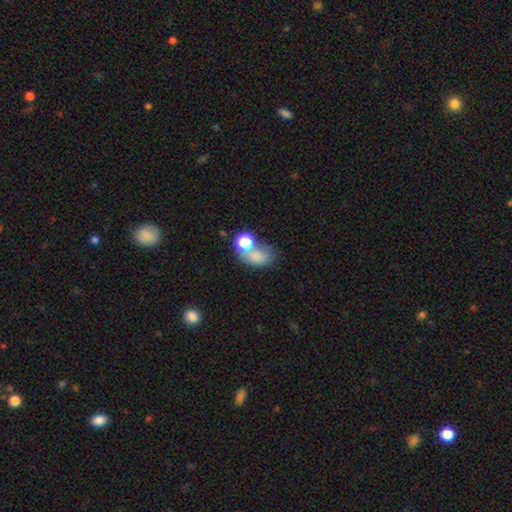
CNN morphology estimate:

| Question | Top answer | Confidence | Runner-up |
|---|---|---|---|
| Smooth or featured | smooth | 70% | star or artifact (15%) |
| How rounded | in between | 72% | round (26%) |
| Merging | merger | 38% | none (31%) |